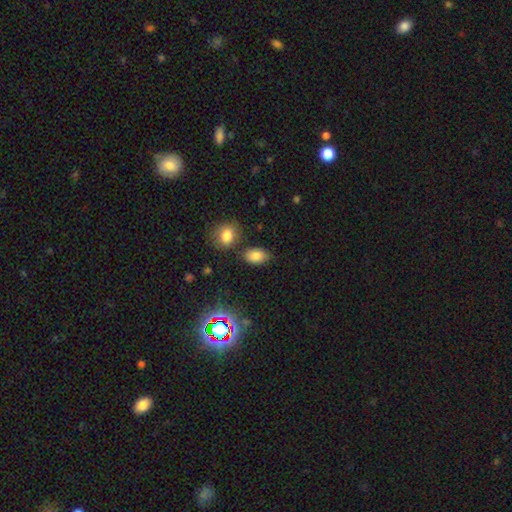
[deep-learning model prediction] This is likely a smooth galaxy (79%). How rounded: clearly in between (87%). Merging: likely none (77%).